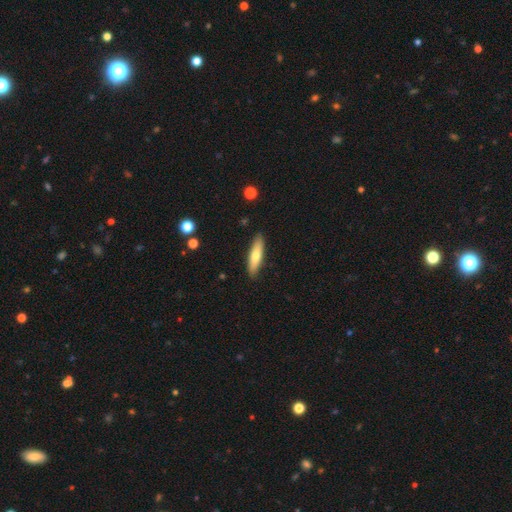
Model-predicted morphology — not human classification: Smooth or featured: smooth — 67% (featured or disk — 27%)
How rounded: cigar-shaped — 71% (in between — 27%)
Merging: none — 89% (minor disturbance — 8%)